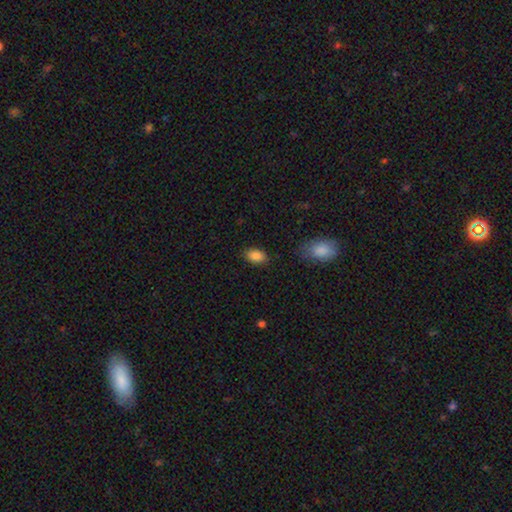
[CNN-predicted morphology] This appears to be a smooth galaxy with no disk features (87%) that is in between round and cigar-shaped (88%). Merging: none (85%).